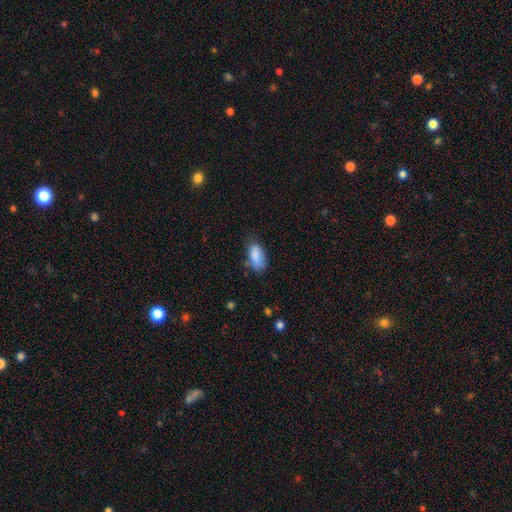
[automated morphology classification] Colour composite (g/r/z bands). It shows a smooth galaxy with no disk features (85%) that is in between round and cigar-shaped (90%). Merging: none (59%).